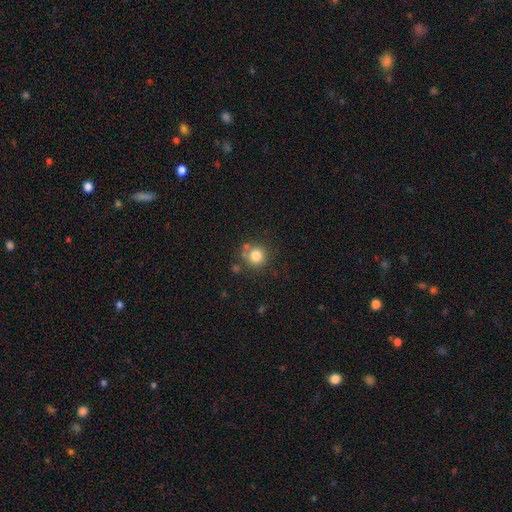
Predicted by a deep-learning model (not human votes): smooth_or_featured: smooth (p=0.80) [alt: star or artifact p=0.12]
how_rounded: round (p=0.91) [alt: in between p=0.08]
merging: none (p=0.70) [alt: minor disturbance p=0.14]